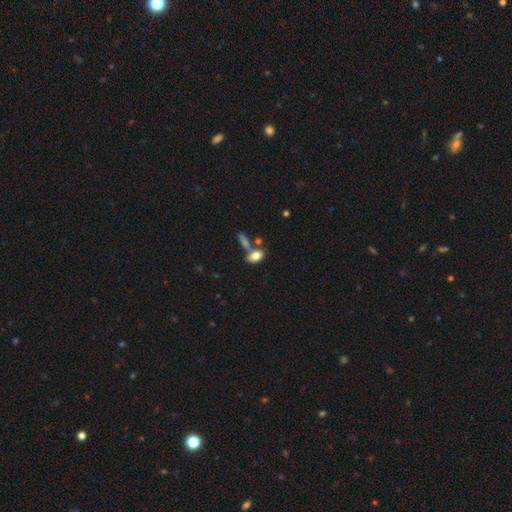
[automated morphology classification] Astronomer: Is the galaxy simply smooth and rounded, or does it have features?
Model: smooth — 77%.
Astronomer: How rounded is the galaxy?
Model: in between — 88%.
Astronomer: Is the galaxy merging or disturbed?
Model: none — 50% (runner-up: merger, 31%).